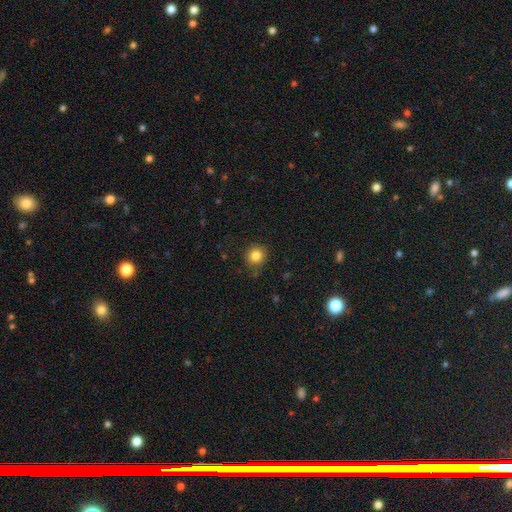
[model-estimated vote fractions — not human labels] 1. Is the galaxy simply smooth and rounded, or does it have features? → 84% smooth, 11% star or artifact, 5% featured or disk.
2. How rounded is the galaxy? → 86% round, 13% in between, 1% cigar-shaped.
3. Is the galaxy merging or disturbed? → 80% none, 15% minor disturbance, 3% major disturbance, 2% merger.